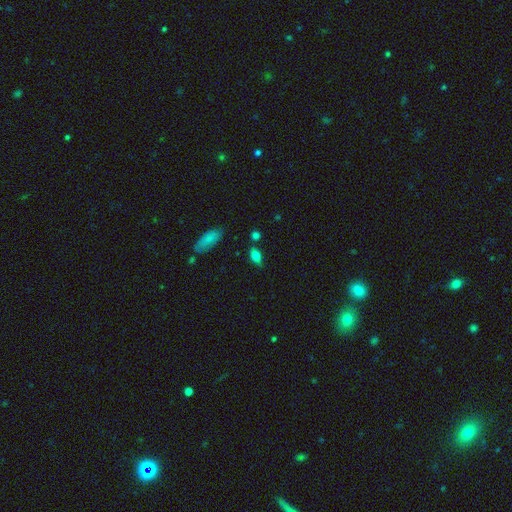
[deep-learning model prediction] smooth-or-featured: smooth: 77% | featured or disk: 13% | star or artifact: 10%
  how-rounded: in between: 81% | cigar-shaped: 11% | round: 8%
  merging: none: 68% | minor disturbance: 20% | merger: 8% | major disturbance: 5%